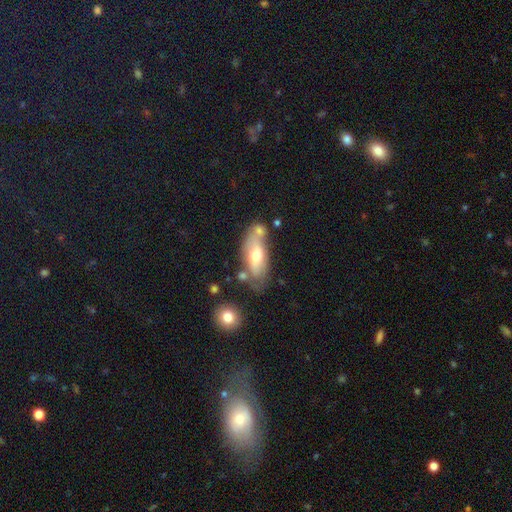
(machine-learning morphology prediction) A smooth galaxy with no disk features (59%) that is in between round and cigar-shaped (79%).

Vote fractions:
- Smooth or featured? smooth: 59% / featured or disk: 34% / star or artifact: 7%
- How rounded? in between: 79% / cigar-shaped: 18% / round: 3%
- Merging? none: 51% / merger: 22% / minor disturbance: 20% / major disturbance: 7%